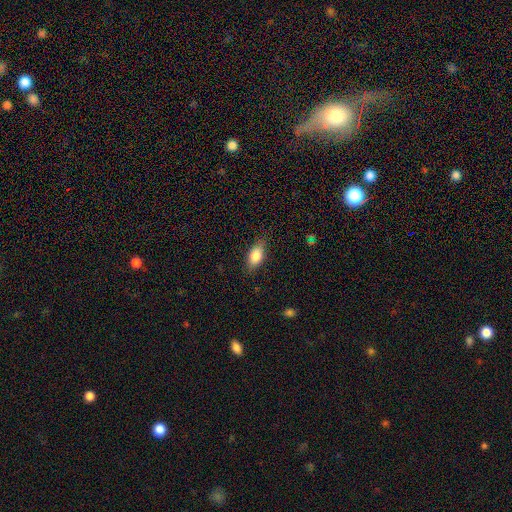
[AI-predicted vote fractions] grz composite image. It shows a smooth galaxy with no disk features (79%) that is in between round and cigar-shaped (84%). Merging: none (80%).